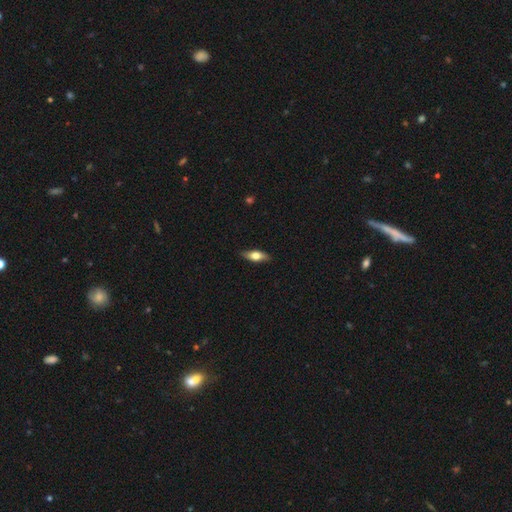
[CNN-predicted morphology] This is likely a smooth galaxy (61%). How rounded: likely in between (67%). Merging: clearly none (86%).